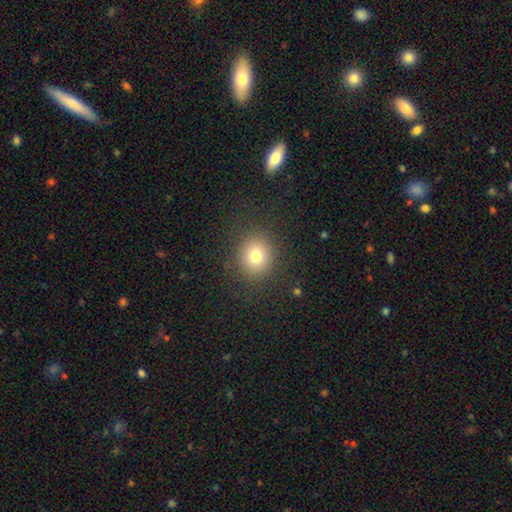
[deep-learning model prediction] This is likely a smooth galaxy (76%). How rounded: clearly round (82%). Merging: clearly none (88%).